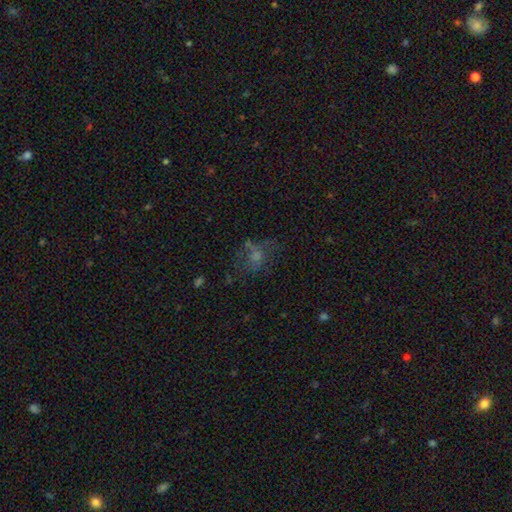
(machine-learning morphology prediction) smooth_or_featured: smooth (p=0.49) [alt: featured or disk p=0.29]
merging: none (p=0.42) [alt: major disturbance p=0.32]